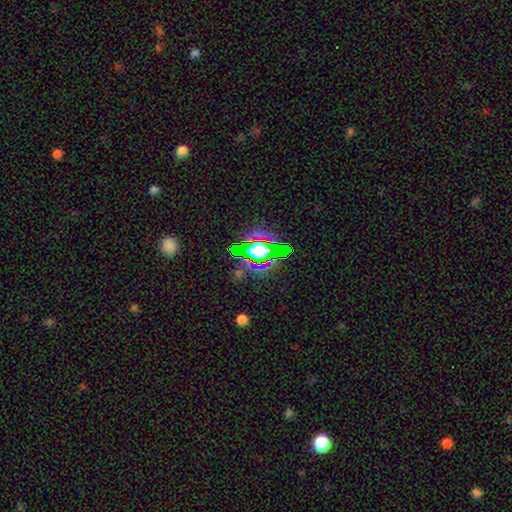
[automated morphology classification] Smooth or featured? Predicted: star or artifact (p=0.77).